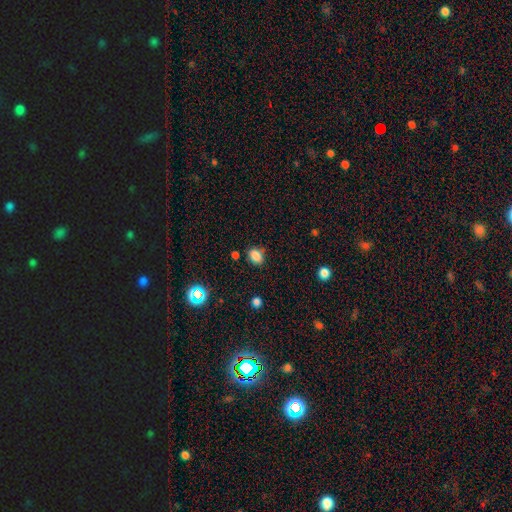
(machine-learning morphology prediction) smooth-or-featured: smooth: 82% | star or artifact: 13% | featured or disk: 5%
  how-rounded: in between: 63% | round: 35% | cigar-shaped: 1%
  merging: none: 75% | minor disturbance: 17% | merger: 4% | major disturbance: 4%